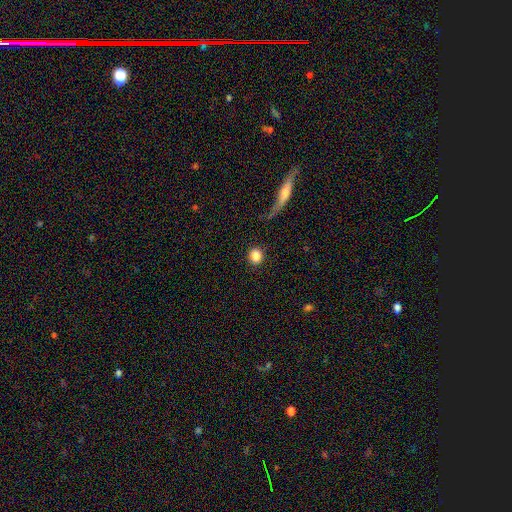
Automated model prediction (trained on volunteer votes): Smooth or featured? Predicted: smooth (p=0.85). How rounded? Predicted: round (p=0.86). Merging? Predicted: none (p=0.89).